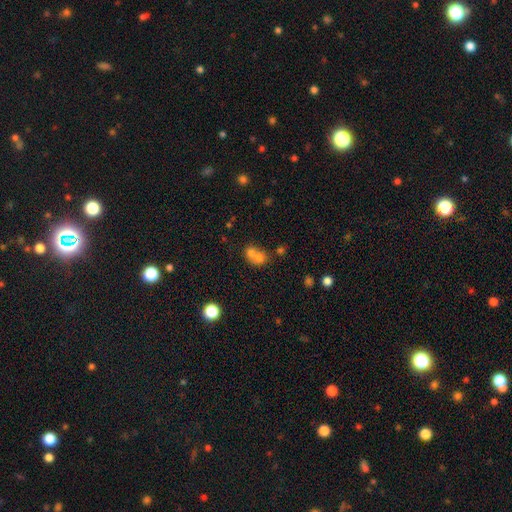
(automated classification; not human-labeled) Smooth or featured? Predicted: smooth (p=0.69). How rounded? Predicted: round (p=0.67). Merging? Predicted: merger (p=0.67).